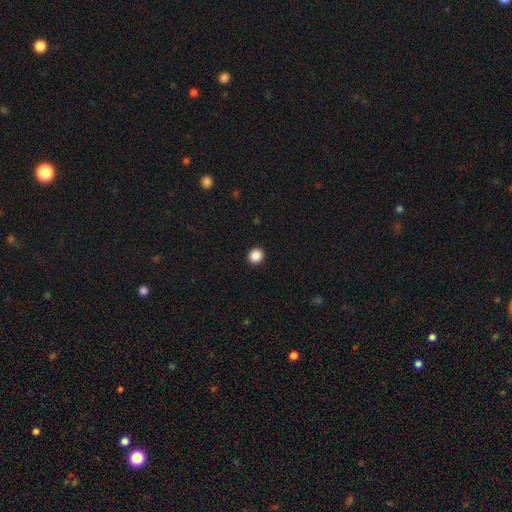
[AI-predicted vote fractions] smooth 88%, star or artifact 10%, featured or disk 2%. Down the decision tree: how rounded — round (91%); merging — none (93%).